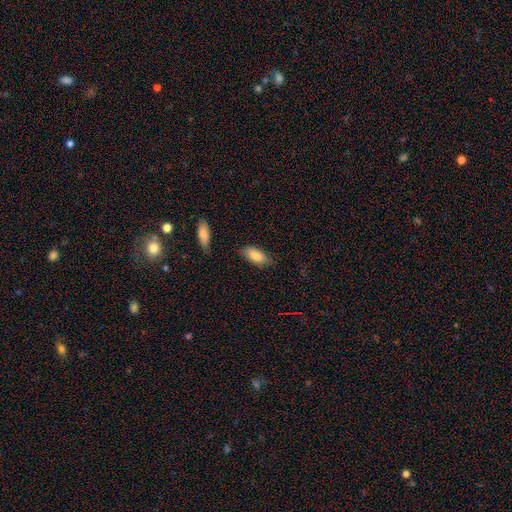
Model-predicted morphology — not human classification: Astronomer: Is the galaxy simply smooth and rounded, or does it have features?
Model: smooth — 86%.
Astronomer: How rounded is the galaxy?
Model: in between — 88%.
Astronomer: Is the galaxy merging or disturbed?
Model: none — 77%.